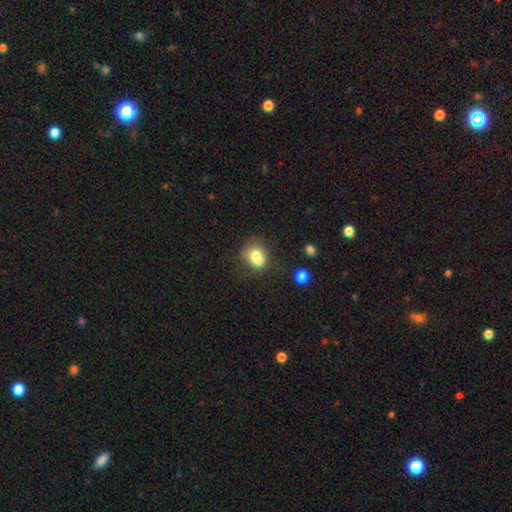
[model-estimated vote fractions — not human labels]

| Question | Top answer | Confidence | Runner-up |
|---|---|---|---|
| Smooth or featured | smooth | 72% | featured or disk (17%) |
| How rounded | round | 57% | in between (42%) |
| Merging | merger | 43% | none (36%) |